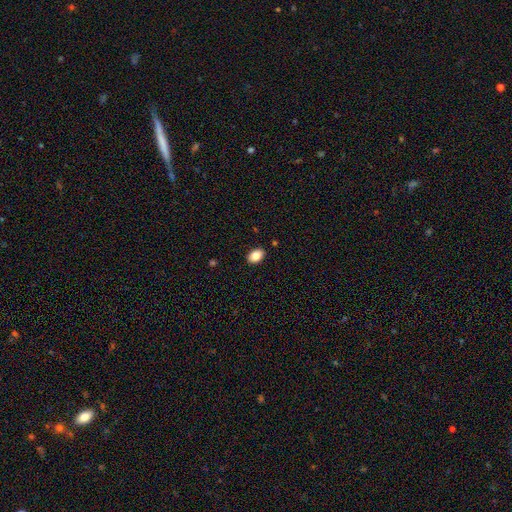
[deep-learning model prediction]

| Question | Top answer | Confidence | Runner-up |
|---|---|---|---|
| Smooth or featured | smooth | 84% | star or artifact (8%) |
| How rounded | in between | 82% | round (17%) |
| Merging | none | 89% | minor disturbance (8%) |